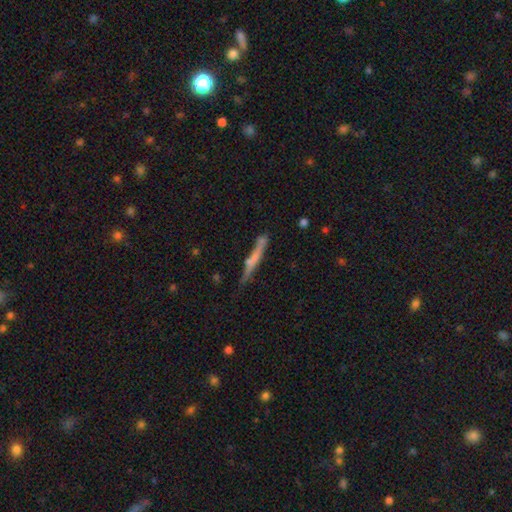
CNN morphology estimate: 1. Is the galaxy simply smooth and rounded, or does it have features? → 48% featured or disk, 44% smooth, 9% star or artifact.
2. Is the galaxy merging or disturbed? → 72% none, 18% minor disturbance, 5% merger, 5% major disturbance.